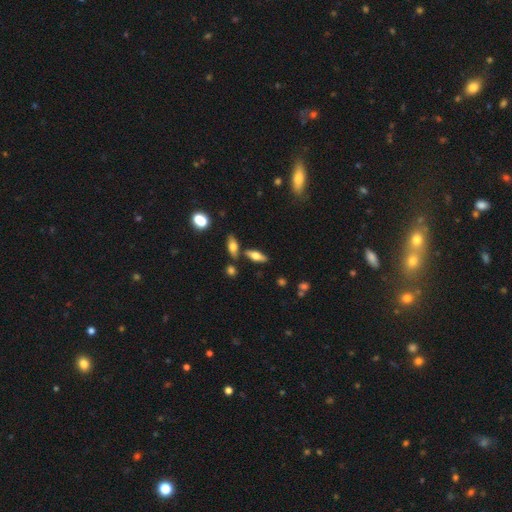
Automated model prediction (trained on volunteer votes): Q: Smooth or featured?
A: smooth (53%); runner-up: featured or disk (38%)
Q: How rounded?
A: in between (67%); runner-up: cigar-shaped (29%)
Q: Merging?
A: none (73%); runner-up: merger (12%)